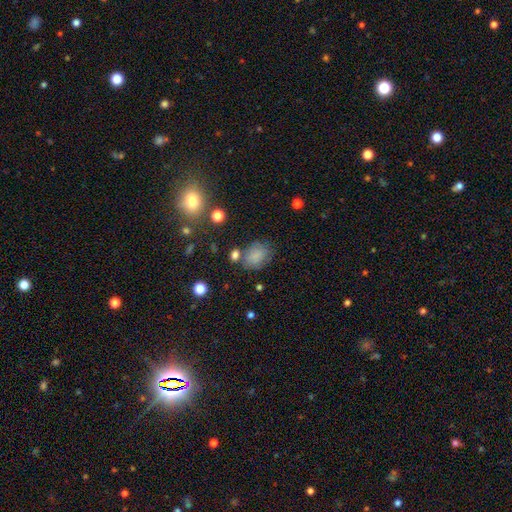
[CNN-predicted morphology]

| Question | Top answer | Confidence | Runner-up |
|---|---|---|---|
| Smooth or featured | smooth | 80% | star or artifact (11%) |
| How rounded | in between | 64% | round (35%) |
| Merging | none | 63% | minor disturbance (20%) |